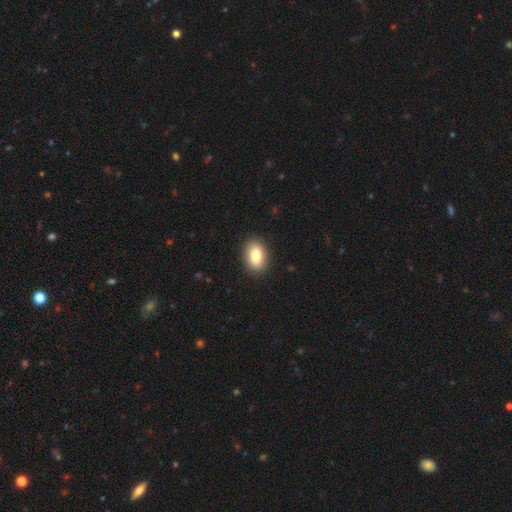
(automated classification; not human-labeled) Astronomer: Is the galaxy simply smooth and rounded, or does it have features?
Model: smooth — 84%.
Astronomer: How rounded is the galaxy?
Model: in between — 87%.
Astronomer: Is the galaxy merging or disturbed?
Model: none — 89%.